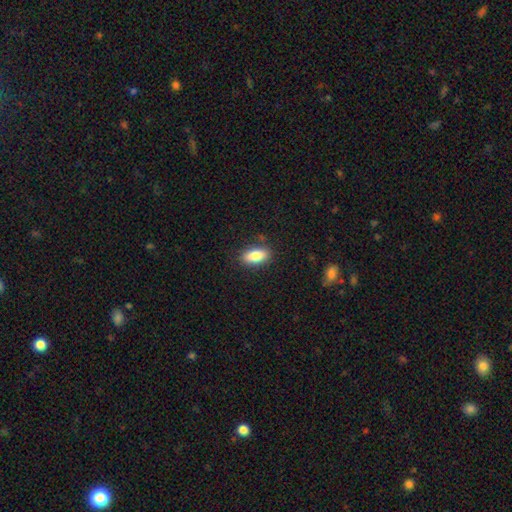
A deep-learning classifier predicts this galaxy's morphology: This is clearly a smooth galaxy (83%). How rounded: clearly in between (88%). Merging: clearly none (86%).